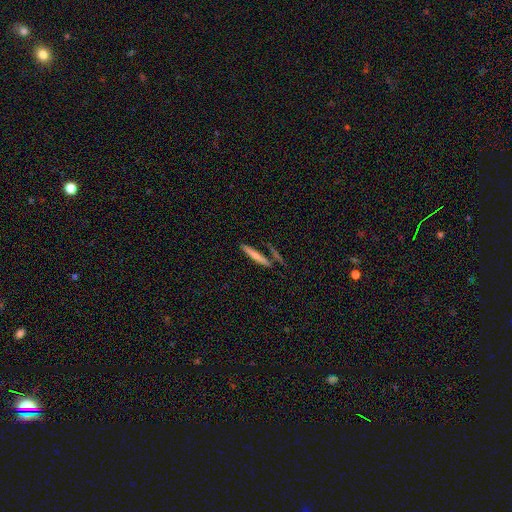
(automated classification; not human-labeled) This appears to be a smooth galaxy with no disk features (61%) that is cigar-shaped (94%). Merging: none (73%).